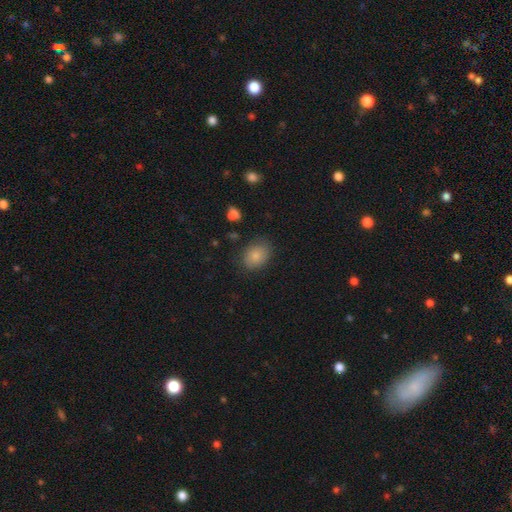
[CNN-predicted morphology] Smooth or featured? smooth (84%)
How rounded? in between (67%)
Merging? none (79%)